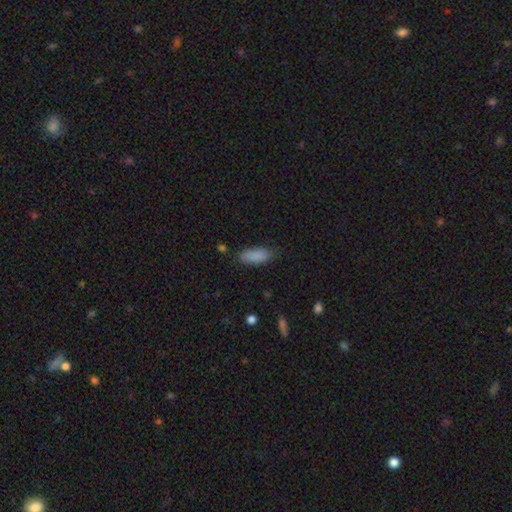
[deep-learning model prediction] A smooth galaxy with no disk features (88%) that is in between round and cigar-shaped (80%).

Vote fractions:
- Smooth or featured? smooth: 88% / star or artifact: 7% / featured or disk: 5%
- How rounded? in between: 80% / cigar-shaped: 18% / round: 2%
- Merging? none: 78% / minor disturbance: 17% / major disturbance: 4% / merger: 2%